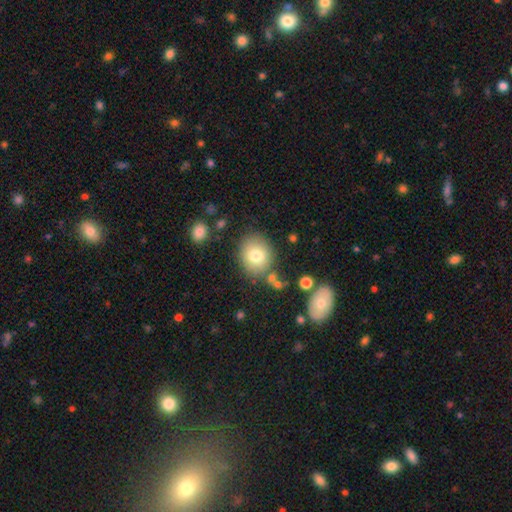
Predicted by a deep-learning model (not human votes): The model was most divided on "how rounded": round: 68%, in between: 31%, cigar-shaped: 1%. More confident: merging — none (79%); smooth or featured — smooth (76%).